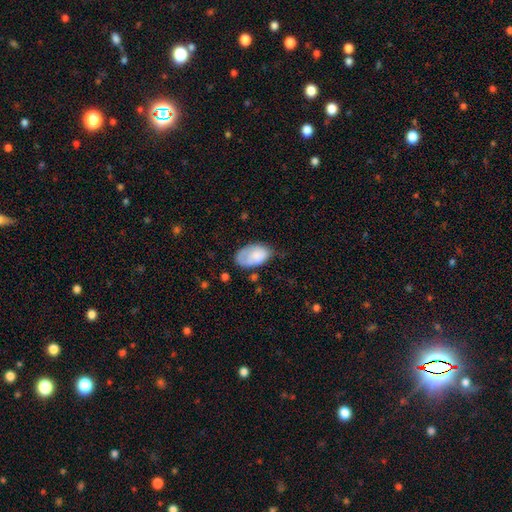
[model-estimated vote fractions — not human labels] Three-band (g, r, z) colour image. It shows a smooth galaxy with no disk features (73%) that is in between round and cigar-shaped (93%). Merging: none (49%).